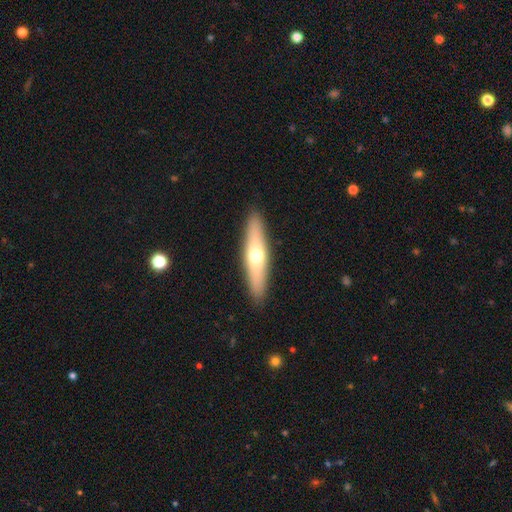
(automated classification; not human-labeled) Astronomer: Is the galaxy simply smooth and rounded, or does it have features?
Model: smooth — 50% (runner-up: featured or disk, 45%).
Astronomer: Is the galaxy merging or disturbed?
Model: none — 90%.